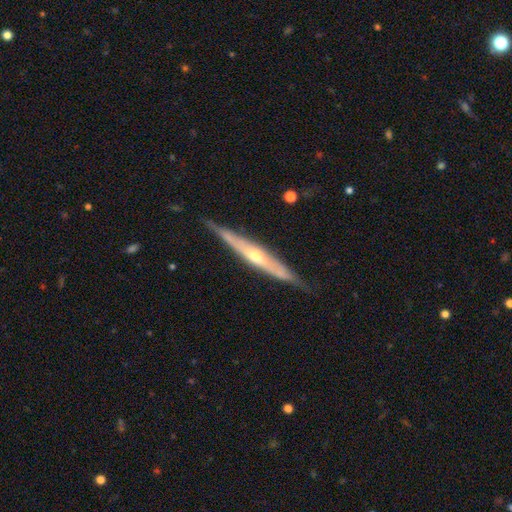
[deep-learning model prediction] A featured or disk galaxy (75%) viewed edge-on (92%) with a rounded central bulge (76%). Merging: none (82%).